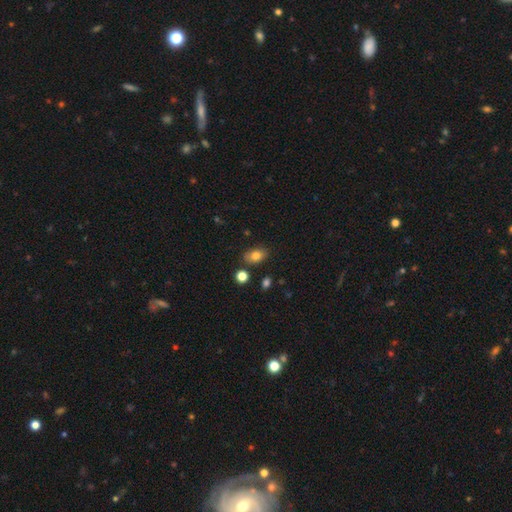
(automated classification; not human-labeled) Q: Smooth or featured?
A: smooth (80%); runner-up: featured or disk (10%)
Q: How rounded?
A: in between (85%); runner-up: round (14%)
Q: Merging?
A: none (79%); runner-up: minor disturbance (13%)